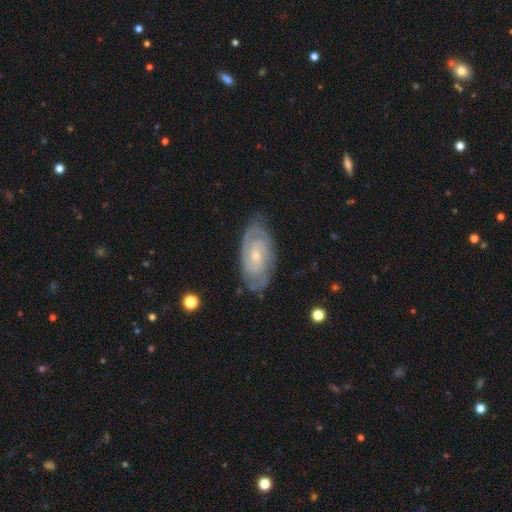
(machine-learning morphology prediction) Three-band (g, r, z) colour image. It shows a featured or disk galaxy (84%) with no bar (62%), 2 (57%) tight (69%) spiral arms (95%) and a small central bulge (67%). Merging: none (78%).